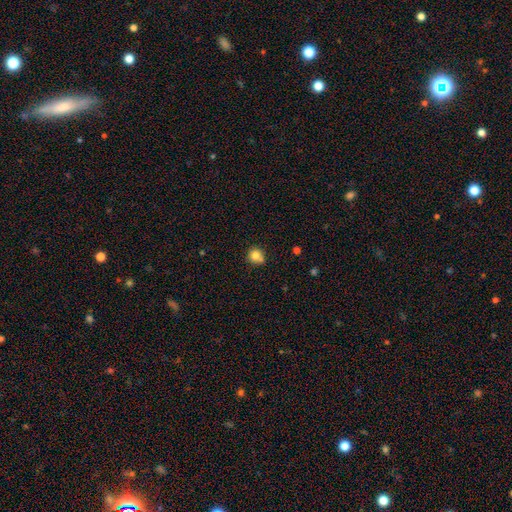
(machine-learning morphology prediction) Smooth or featured?
  - smooth: 80% *
  - star or artifact: 11%
  - featured or disk: 9%
How rounded?
  - round: 91% *
  - in between: 8%
  - cigar-shaped: 1%
Merging?
  - none: 68% *
  - merger: 16%
  - minor disturbance: 13%
  - major disturbance: 3%